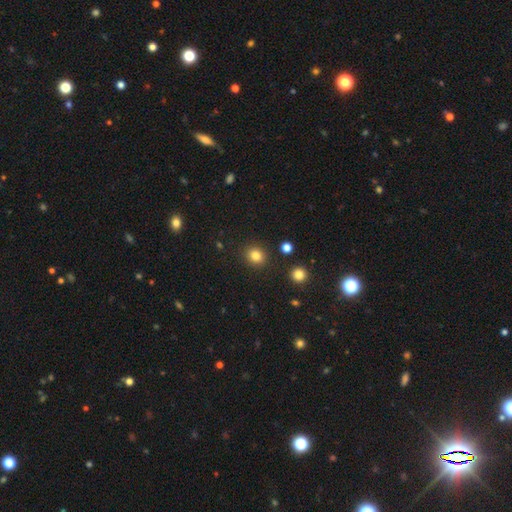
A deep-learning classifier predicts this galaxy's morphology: smooth 83%, star or artifact 12%, featured or disk 5%. Down the decision tree: how rounded — round (81%); merging — none (89%).